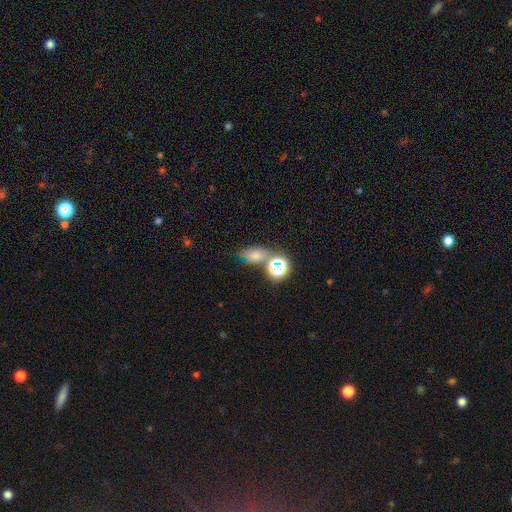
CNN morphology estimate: Overall: smooth (50%; star or artifact 34%). How rounded: in between (58%; round 38%). Merging: none (58%; merger 20%).